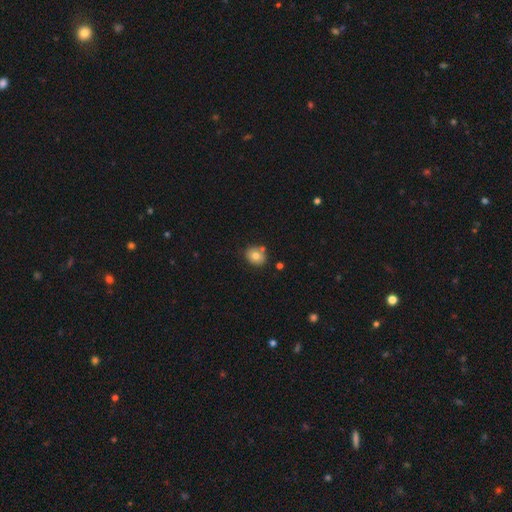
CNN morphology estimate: This appears to be a smooth galaxy with no disk features (77%) that is round (63%). Merging: none (75%).